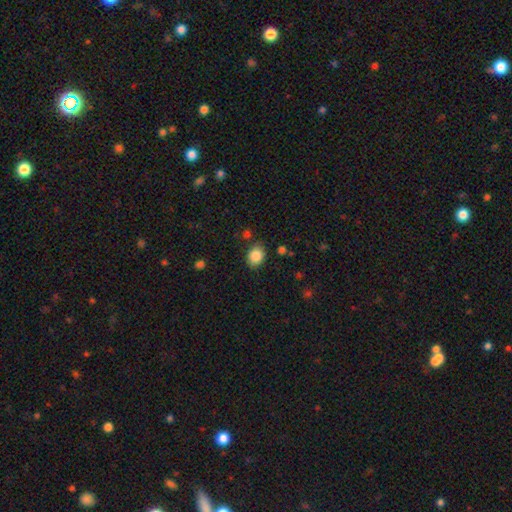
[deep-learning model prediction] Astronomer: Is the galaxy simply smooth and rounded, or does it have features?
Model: smooth — 86%.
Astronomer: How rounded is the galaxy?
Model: in between — 54% (runner-up: round, 45%).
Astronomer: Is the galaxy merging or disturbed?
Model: none — 81%.